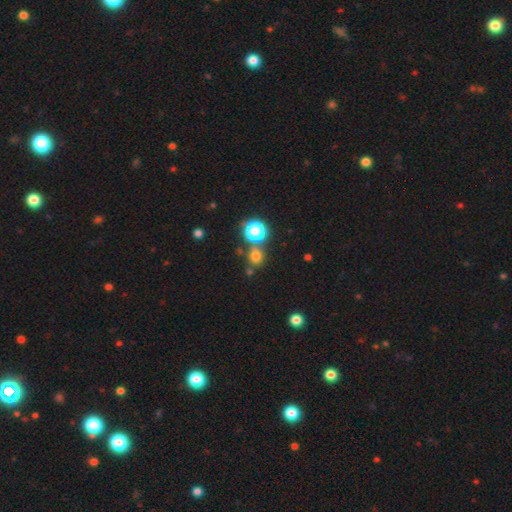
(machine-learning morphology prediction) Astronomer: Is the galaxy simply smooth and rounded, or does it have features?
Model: smooth — 70%.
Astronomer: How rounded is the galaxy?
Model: round — 82%.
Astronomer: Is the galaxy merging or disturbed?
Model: none — 66%.